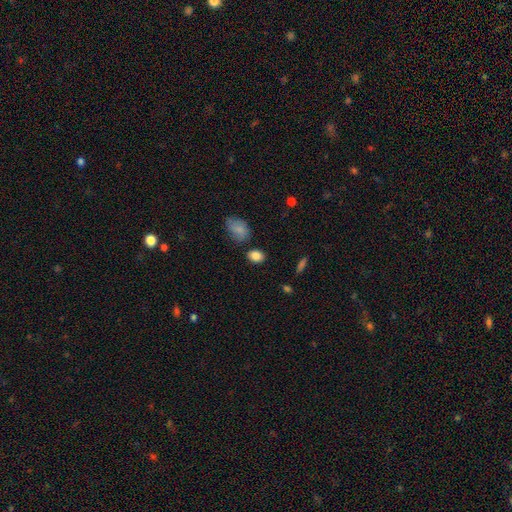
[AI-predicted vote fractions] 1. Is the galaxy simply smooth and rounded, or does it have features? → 86% smooth, 9% star or artifact, 5% featured or disk.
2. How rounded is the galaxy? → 62% in between, 36% round, 2% cigar-shaped.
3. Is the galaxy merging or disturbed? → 80% none, 12% minor disturbance, 5% merger, 3% major disturbance.